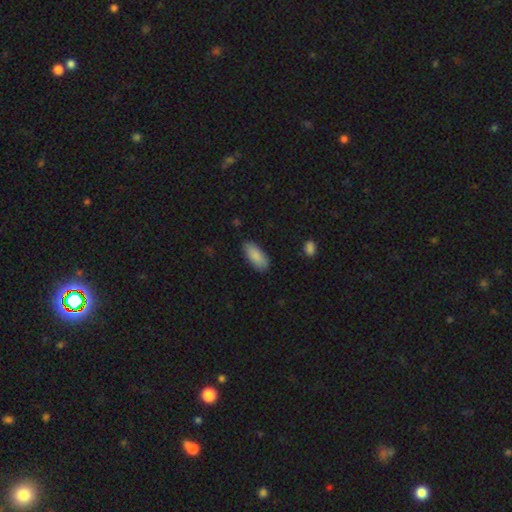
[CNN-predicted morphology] This appears to be a smooth galaxy with no disk features (88%) that is in between round and cigar-shaped (86%). Merging: none (85%).